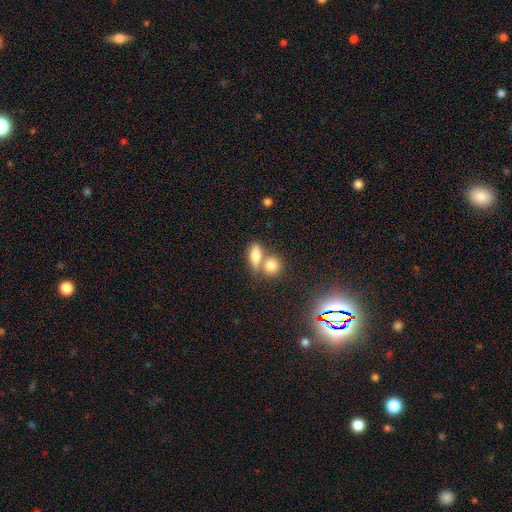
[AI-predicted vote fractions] smooth 77%, featured or disk 14%, star or artifact 9%. Down the decision tree: how rounded — in between (71%); merging — merger (46%).